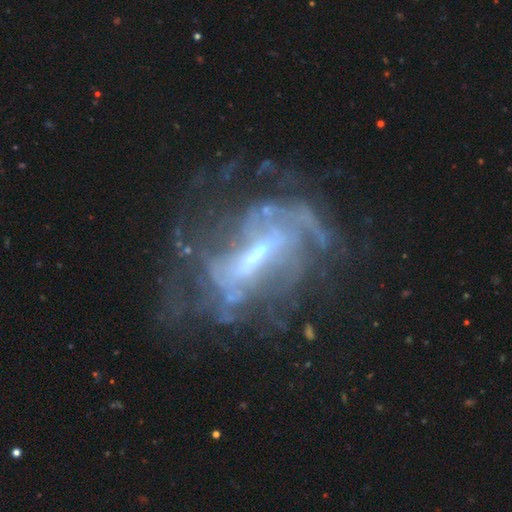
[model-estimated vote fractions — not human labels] smooth_or_featured: featured or disk (p=0.82) [alt: star or artifact p=0.10]
disk_edge_on: no (p=0.92) [alt: yes p=0.08]
bar: strong (p=0.53) [alt: weak p=0.31]
has_spiral_arms: yes (p=0.75) [alt: no p=0.25]
spiral_winding: loose (p=0.39) [alt: medium p=0.36]
spiral_arm_count: can't tell (p=0.39) [alt: 2 p=0.30]
bulge_size: small (p=0.55) [alt: moderate p=0.30]
merging: none (p=0.41) [alt: major disturbance p=0.36]